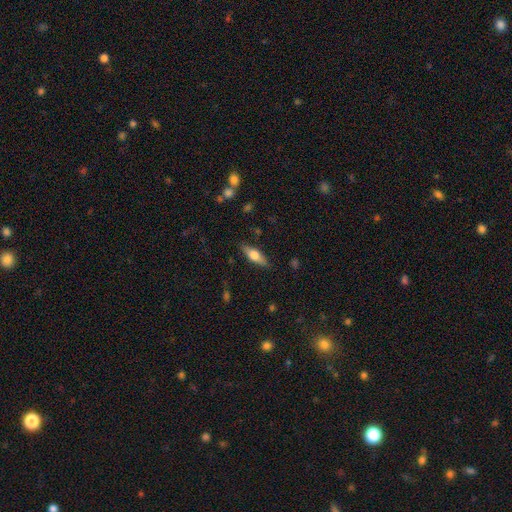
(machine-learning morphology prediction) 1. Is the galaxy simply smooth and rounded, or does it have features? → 51% smooth, 43% featured or disk, 6% star or artifact.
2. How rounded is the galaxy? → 52% in between, 45% cigar-shaped, 3% round.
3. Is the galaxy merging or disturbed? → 86% none, 10% minor disturbance, 3% major disturbance, 1% merger.